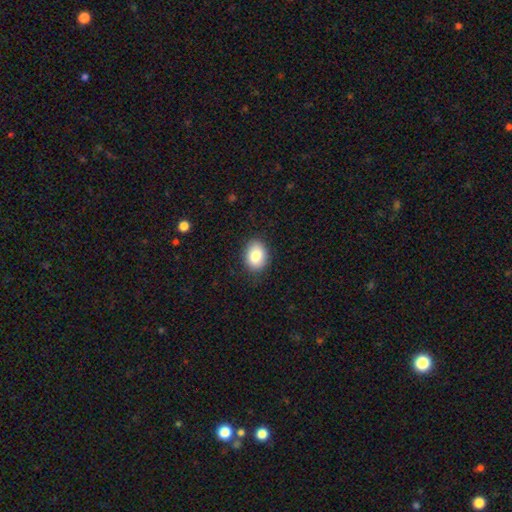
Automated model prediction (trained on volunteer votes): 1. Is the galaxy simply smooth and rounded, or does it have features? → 85% smooth, 8% featured or disk, 7% star or artifact.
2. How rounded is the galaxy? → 72% in between, 27% round, 1% cigar-shaped.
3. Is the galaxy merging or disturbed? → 84% none, 12% minor disturbance, 3% major disturbance, 1% merger.